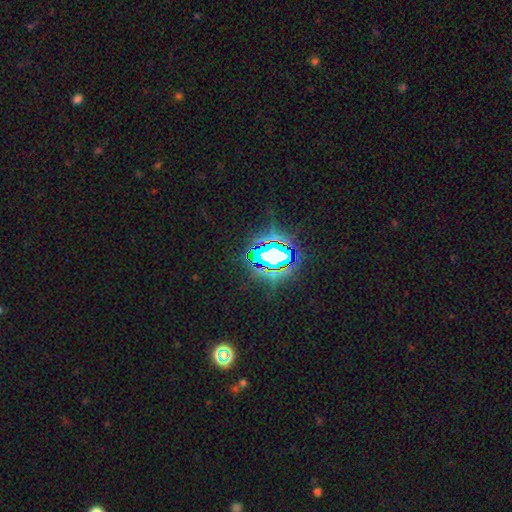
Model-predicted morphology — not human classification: This is clearly a star or artifact rather than a galaxy (82%).